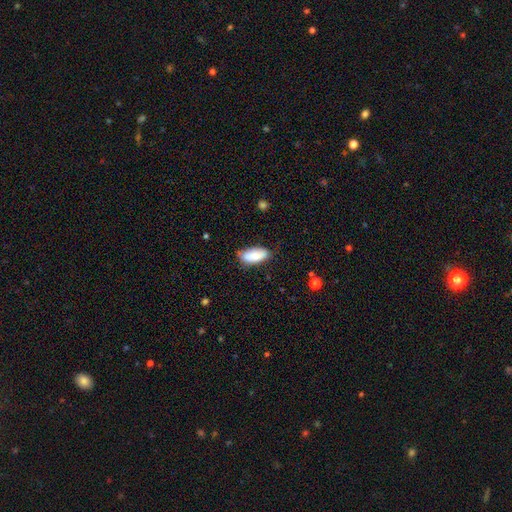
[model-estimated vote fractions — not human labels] This appears to be a smooth galaxy with no disk features (76%) that is in between round and cigar-shaped (89%). Merging: none (68%).